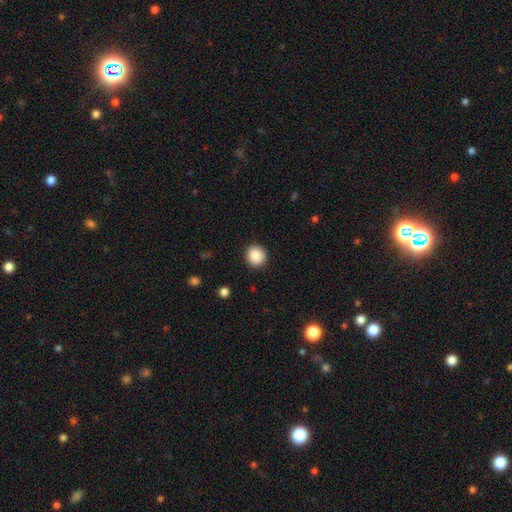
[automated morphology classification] Overall: smooth (88%). How rounded: round (93%). Merging: none (92%).